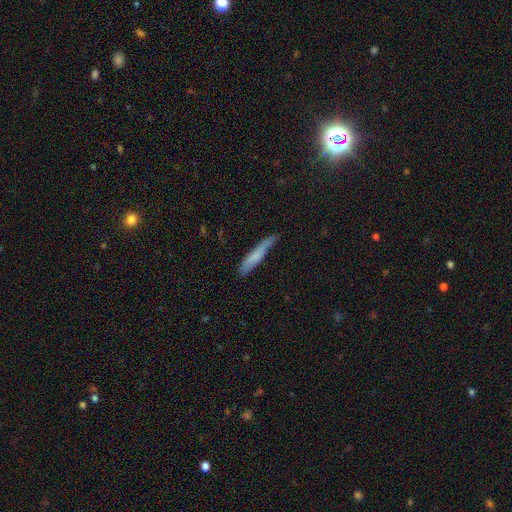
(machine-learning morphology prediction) Smooth or featured? Predicted: smooth (p=0.69). How rounded? Predicted: cigar-shaped (p=0.93). Merging? Predicted: none (p=0.72).